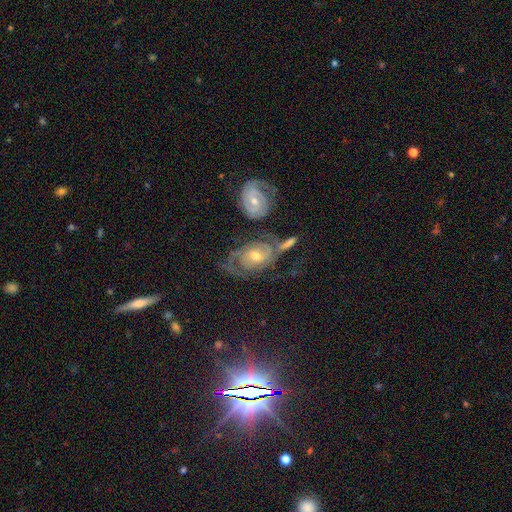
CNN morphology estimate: Q: Smooth or featured?
A: featured or disk (73%); runner-up: star or artifact (16%)
Q: Edge-on disk?
A: no (94%); runner-up: yes (6%)
Q: Bar?
A: no (68%); runner-up: weak (24%)
Q: Spiral arms?
A: yes (92%); runner-up: no (8%)
Q: Spiral winding?
A: tight (57%); runner-up: medium (34%)
Q: Spiral arm count?
A: 2 (54%); runner-up: can't tell (24%)
Q: Bulge size?
A: moderate (55%); runner-up: small (38%)
Q: Merging?
A: none (55%); runner-up: minor disturbance (18%)